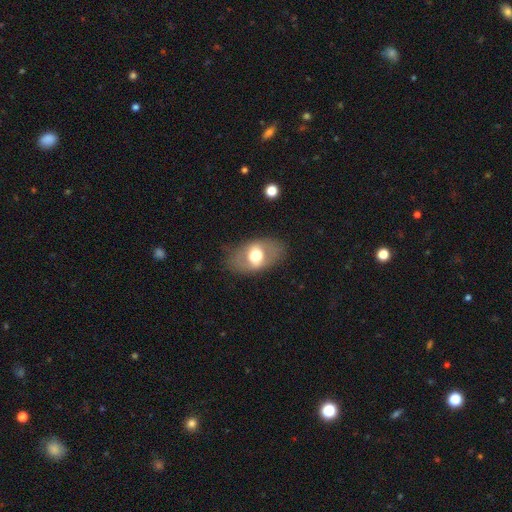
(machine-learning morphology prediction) This appears to be a smooth galaxy with no disk features (52%) that is in between round and cigar-shaped (86%). Merging: none (75%).